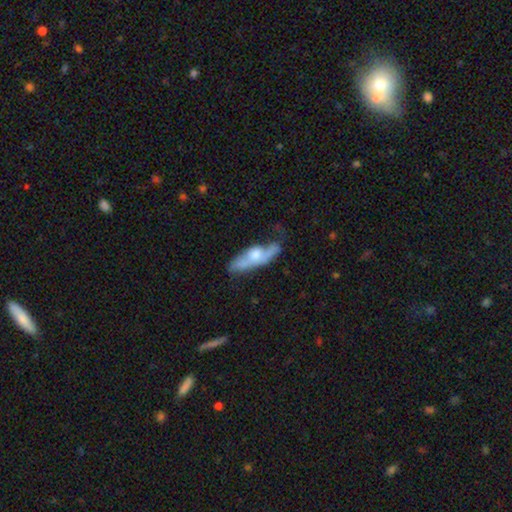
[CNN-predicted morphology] smooth_or_featured: featured or disk (p=0.50) [alt: smooth p=0.44]
merging: none (p=0.42) [alt: minor disturbance p=0.31]